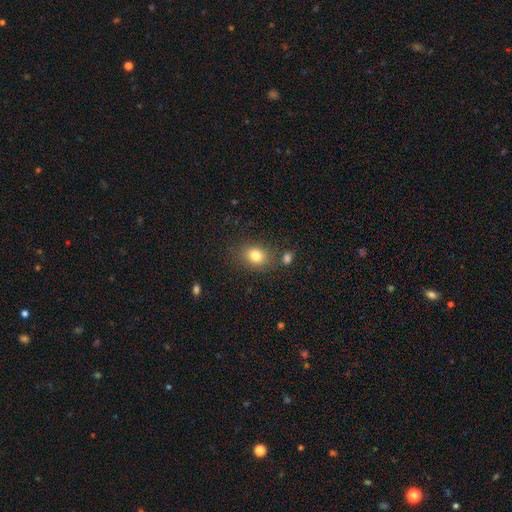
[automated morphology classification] A smooth galaxy with no disk features (81%) that is in between round and cigar-shaped (50%). Merging: none (77%).